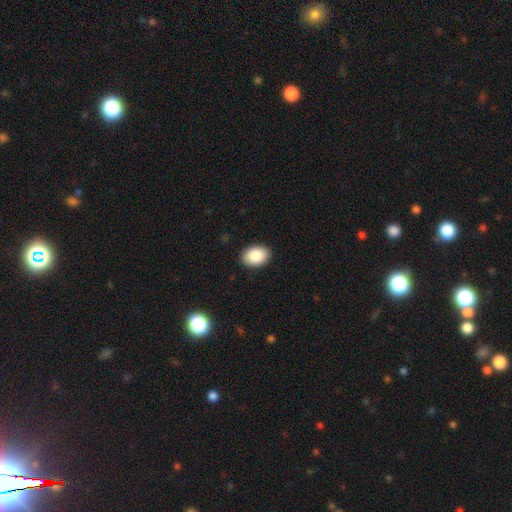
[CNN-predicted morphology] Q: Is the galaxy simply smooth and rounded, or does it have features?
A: smooth — 87%.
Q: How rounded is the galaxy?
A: in between — 81%.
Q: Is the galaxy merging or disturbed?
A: none — 90%.